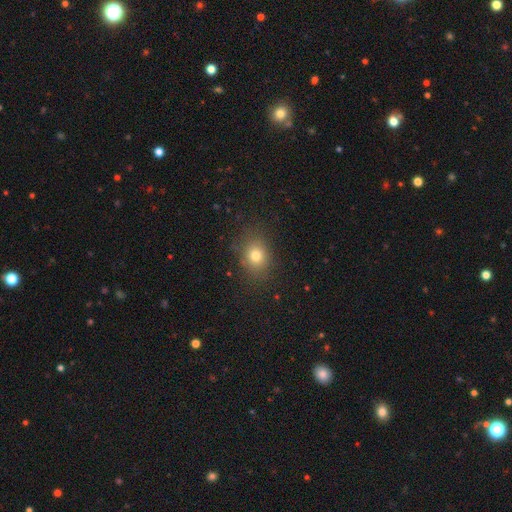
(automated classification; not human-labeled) smooth 77%, star or artifact 14%, featured or disk 9%. Down the decision tree: how rounded — round (52%); merging — none (84%).